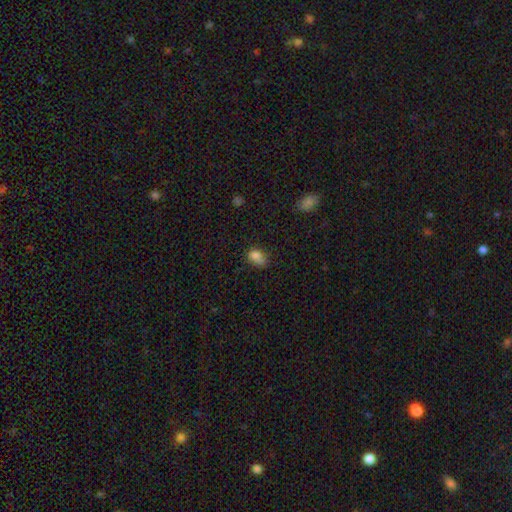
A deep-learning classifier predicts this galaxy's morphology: A smooth galaxy with no disk features (77%) that is in between round and cigar-shaped (66%).

Vote fractions:
- Smooth or featured? smooth: 77% / star or artifact: 12% / featured or disk: 11%
- How rounded? in between: 66% / round: 32% / cigar-shaped: 2%
- Merging? none: 40% / minor disturbance: 29% / merger: 18% / major disturbance: 12%